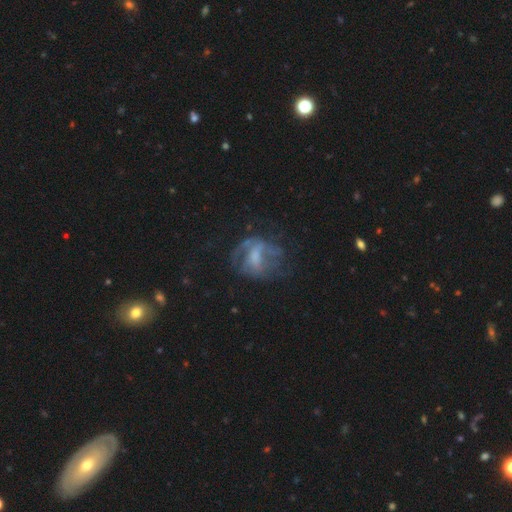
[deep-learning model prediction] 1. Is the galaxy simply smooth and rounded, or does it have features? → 64% featured or disk, 24% smooth, 12% star or artifact.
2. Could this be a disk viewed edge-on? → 96% no, 4% yes.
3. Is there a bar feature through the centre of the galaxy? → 41% no (tied), 41% weak (tied), 18% strong.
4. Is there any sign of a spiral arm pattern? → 58% yes, 42% no.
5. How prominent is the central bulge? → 33% moderate, 30% none, 24% small, 11% large, 2% dominant.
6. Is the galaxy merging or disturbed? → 46% none, 31% major disturbance, 20% minor disturbance, 3% merger.